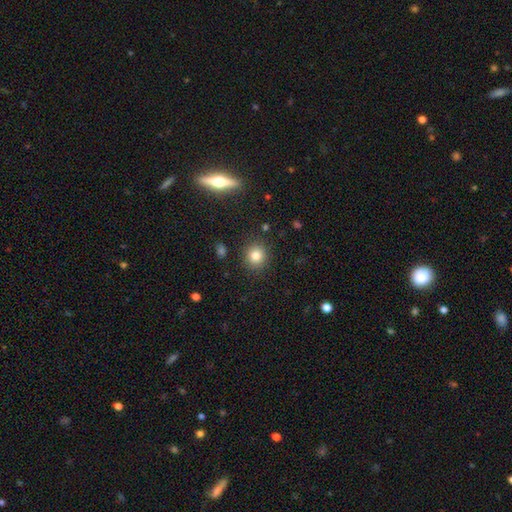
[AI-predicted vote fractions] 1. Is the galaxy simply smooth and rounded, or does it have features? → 81% smooth, 12% star or artifact, 7% featured or disk.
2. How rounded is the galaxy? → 87% round, 12% in between, 1% cigar-shaped.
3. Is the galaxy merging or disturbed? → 89% none, 7% minor disturbance, 2% major disturbance, 2% merger.